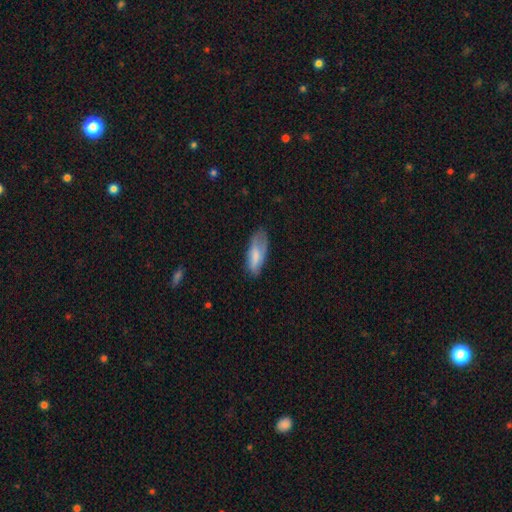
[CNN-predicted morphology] A smooth galaxy with no disk features (71%) that is in between round and cigar-shaped (71%). Merging: none (51%).